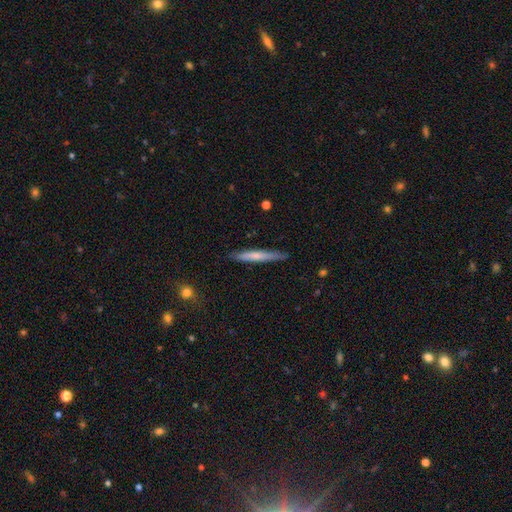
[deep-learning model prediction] Smooth or featured? smooth (59%)
How rounded? cigar-shaped (95%)
Merging? none (86%)